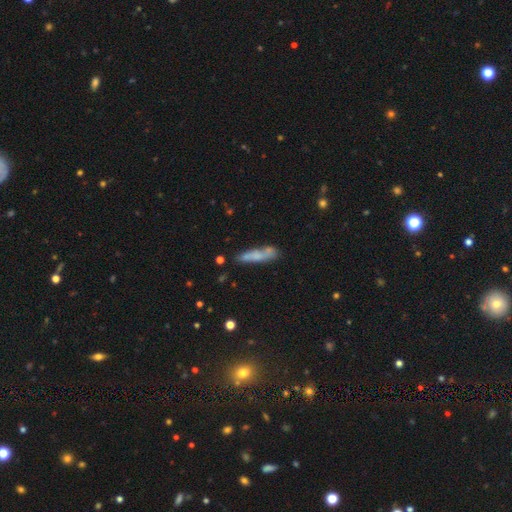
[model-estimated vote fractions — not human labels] The model was most divided on "merging": none: 59%, minor disturbance: 21%, merger: 13%, major disturbance: 7%. More confident: how rounded — cigar-shaped (81%); smooth or featured — smooth (66%).